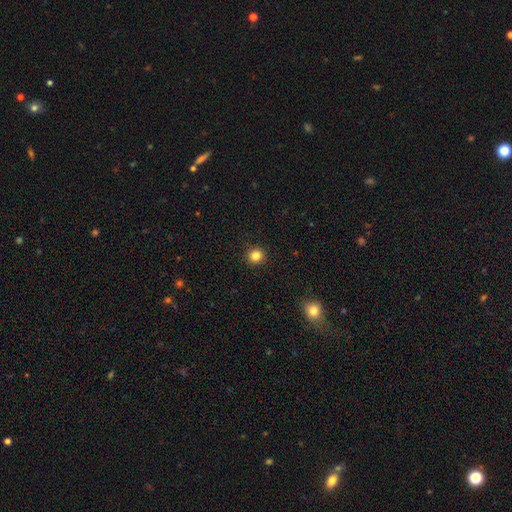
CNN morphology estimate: smooth_or_featured: smooth (p=0.83) [alt: star or artifact p=0.12]
how_rounded: round (p=0.93) [alt: in between p=0.06]
merging: none (p=0.93) [alt: minor disturbance p=0.05]